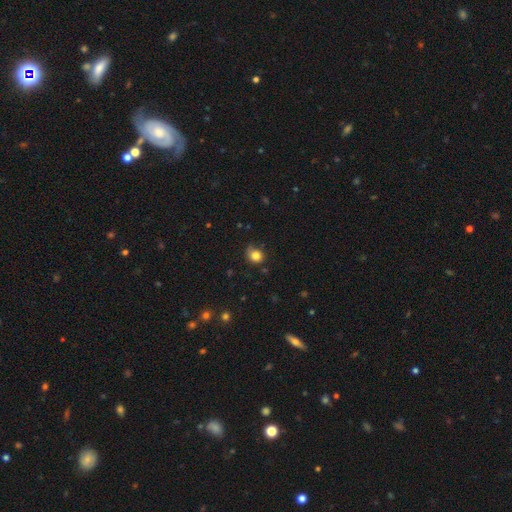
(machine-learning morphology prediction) smooth 83%, star or artifact 11%, featured or disk 6%. Down the decision tree: how rounded — round (72%); merging — none (70%).